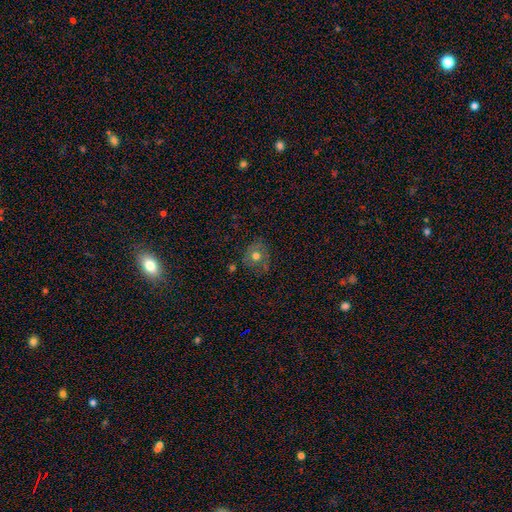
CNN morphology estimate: A smooth galaxy with no disk features (60%) that is round (76%). Merging: none (67%).